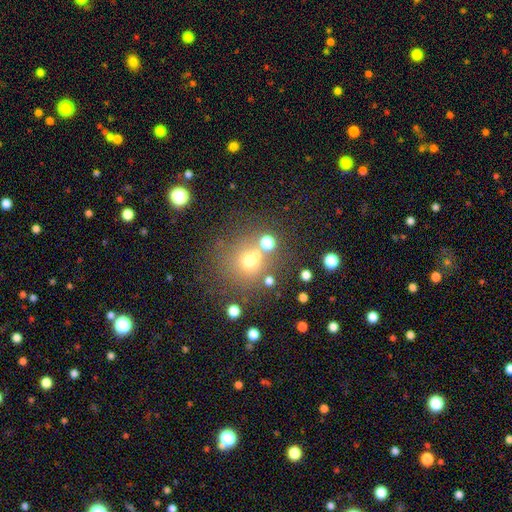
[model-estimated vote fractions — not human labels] This appears to be a smooth galaxy with no disk features (60%) that is round (87%). Merging: none (59%).